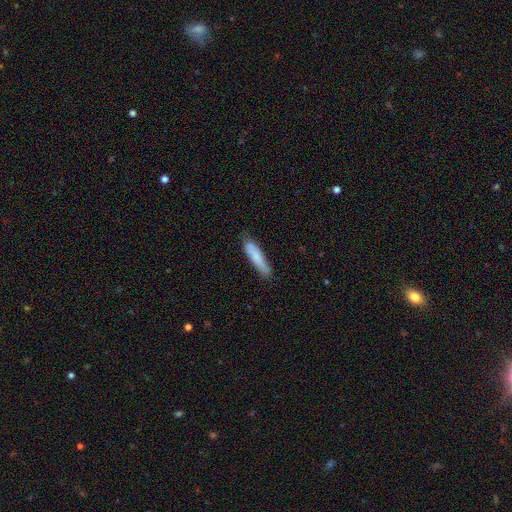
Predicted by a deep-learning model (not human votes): smooth-or-featured: smooth: 79% | featured or disk: 16% | star or artifact: 6%
  how-rounded: cigar-shaped: 82% | in between: 16% | round: 1%
  merging: none: 78% | minor disturbance: 18% | major disturbance: 3% | merger: 2%